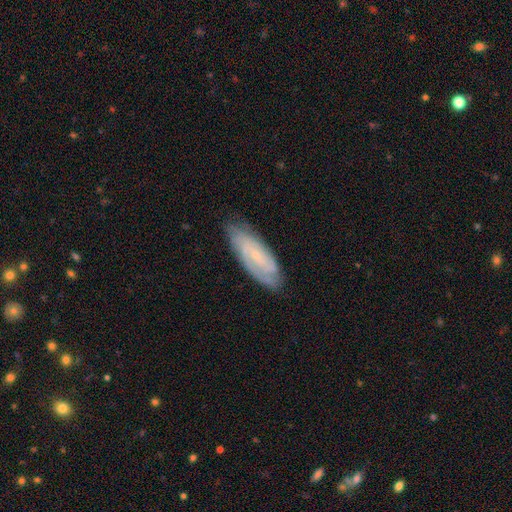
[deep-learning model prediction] Smooth or featured? featured or disk (71%)
Edge-on disk? no (89%)
Bar? no (54%)
Spiral arms? yes (92%)
Spiral winding? tight (58%)
Spiral arm count? 2 (40%)
Bulge size? small (76%)
Merging? none (76%)